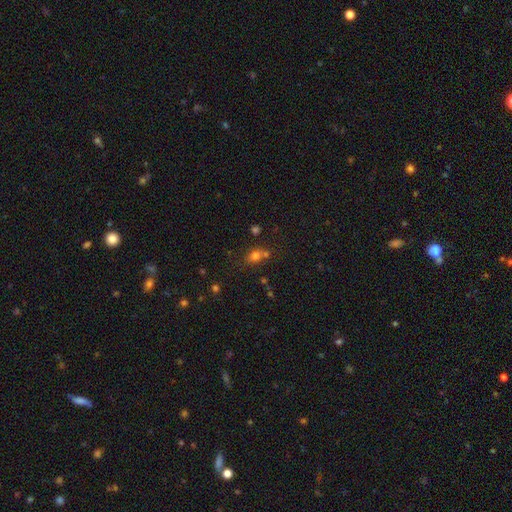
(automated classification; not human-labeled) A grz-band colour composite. It shows a smooth galaxy with no disk features (69%) that is round (59%). Merging: none (55%).